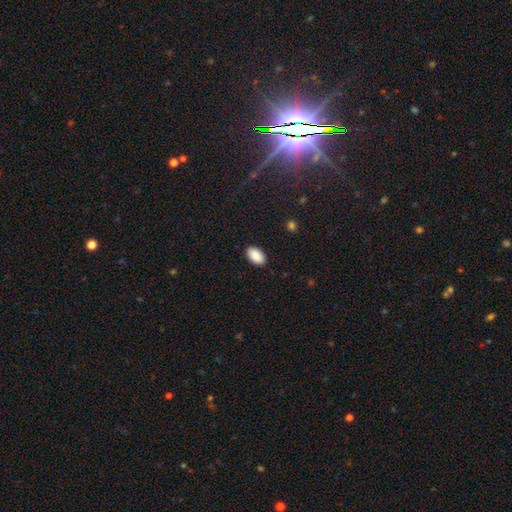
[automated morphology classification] Smooth or featured: smooth — 90% (star or artifact — 7%)
How rounded: in between — 94% (round — 4%)
Merging: none — 89% (minor disturbance — 8%)